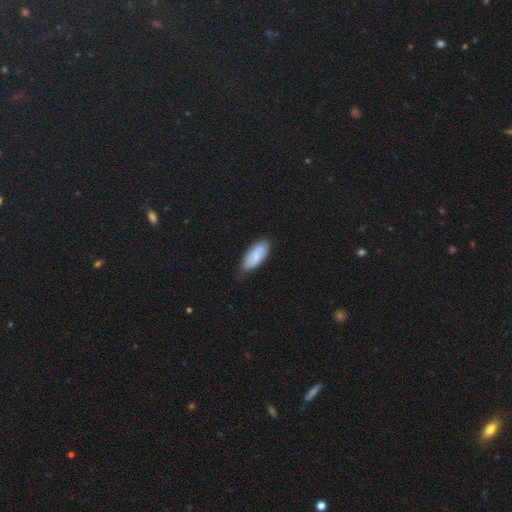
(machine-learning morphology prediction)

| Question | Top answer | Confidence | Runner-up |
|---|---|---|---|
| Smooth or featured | smooth | 72% | featured or disk (22%) |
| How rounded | in between | 85% | cigar-shaped (13%) |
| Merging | none | 72% | minor disturbance (23%) |